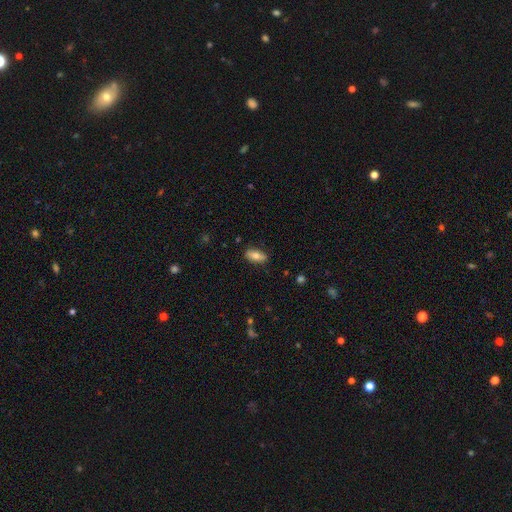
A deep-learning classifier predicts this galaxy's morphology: smooth 74%, featured or disk 19%, star or artifact 7%. Down the decision tree: how rounded — in between (80%); merging — none (86%).